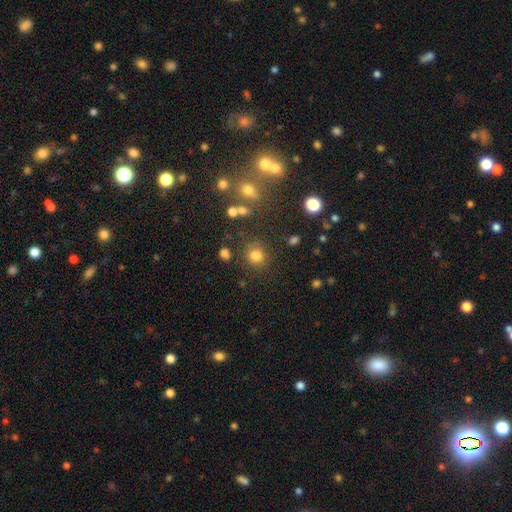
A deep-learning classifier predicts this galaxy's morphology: Smooth or featured: smooth — 78% (star or artifact — 15%)
How rounded: round — 86% (in between — 13%)
Merging: none — 80% (minor disturbance — 10%)